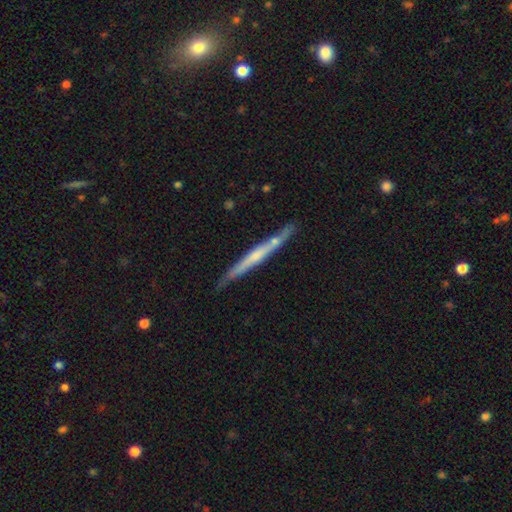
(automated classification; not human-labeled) This appears to be a featured or disk galaxy (68%) viewed edge-on (97%) with no central bulge (48%). Merging: none (88%).